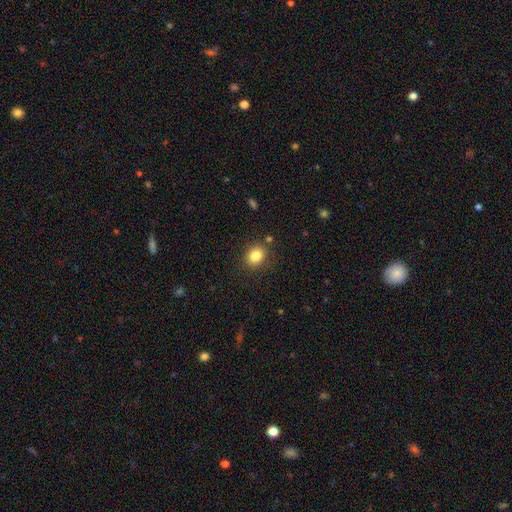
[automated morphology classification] The model was most divided on "how rounded": round: 55%, in between: 44%, cigar-shaped: 1%. More confident: merging — none (84%); smooth or featured — smooth (83%).